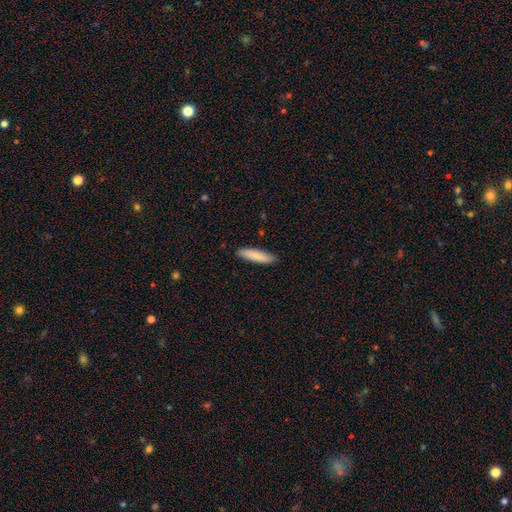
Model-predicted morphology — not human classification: The model was most divided on "how rounded": cigar-shaped: 77%, in between: 22%, round: 1%. More confident: merging — none (89%); smooth or featured — smooth (85%).